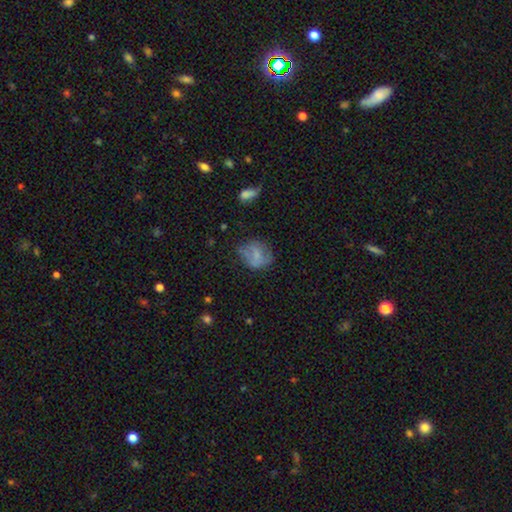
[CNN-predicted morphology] Smooth or featured? Predicted: smooth (p=0.59). How rounded? Predicted: round (p=0.59). Merging? Predicted: none (p=0.55).